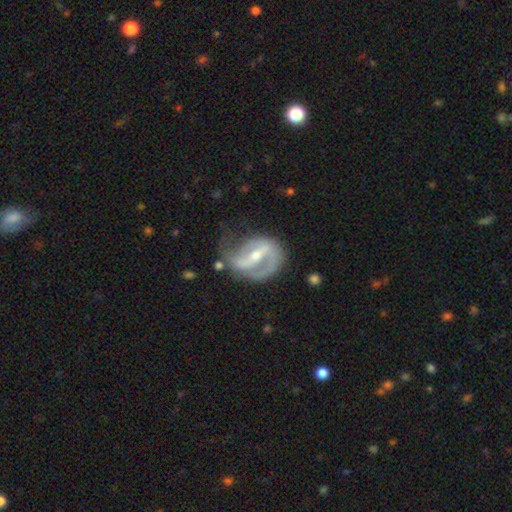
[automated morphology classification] This is clearly a featured or disk galaxy (86%). It is clearly not viewed edge-on (96%). Bar: likely strong (63%). Spiral arm pattern: clearly yes (89%). Spiral arm count: likely 2 (74%). Spiral winding: possibly medium (46%). Central bulge: possibly small (52%). Merging: possibly none (52%).